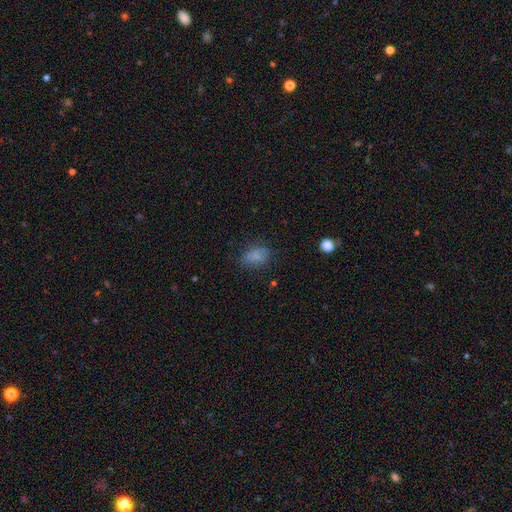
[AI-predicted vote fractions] This is likely a smooth galaxy (74%). How rounded: likely in between (75%). Merging: likely none (68%).